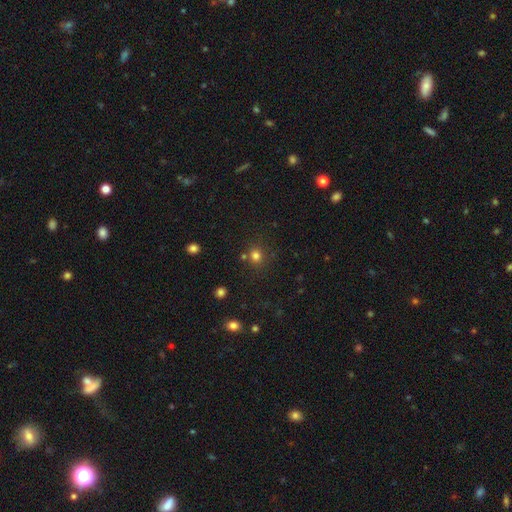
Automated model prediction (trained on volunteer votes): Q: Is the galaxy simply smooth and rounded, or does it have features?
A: smooth — 78%.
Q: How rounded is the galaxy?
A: round — 85%.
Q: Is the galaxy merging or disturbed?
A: none — 77%.